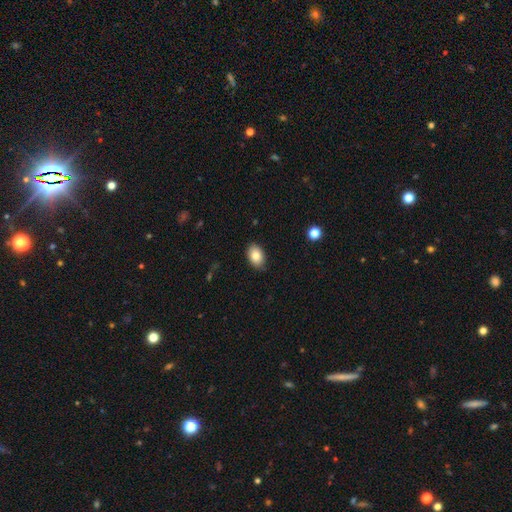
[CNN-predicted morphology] Overall: smooth (83%). How rounded: in between (87%). Merging: none (85%).